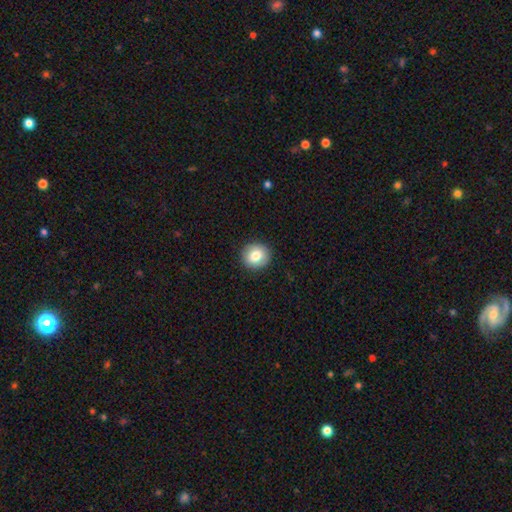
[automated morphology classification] type=smooth (81%); roundness=round (87%); merging=none (91%).